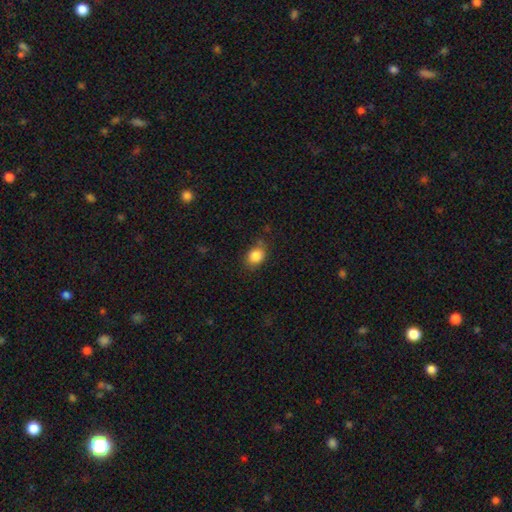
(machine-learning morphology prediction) Q: Smooth or featured?
A: smooth (85%); runner-up: star or artifact (9%)
Q: How rounded?
A: in between (53%); runner-up: round (46%)
Q: Merging?
A: none (73%); runner-up: minor disturbance (20%)